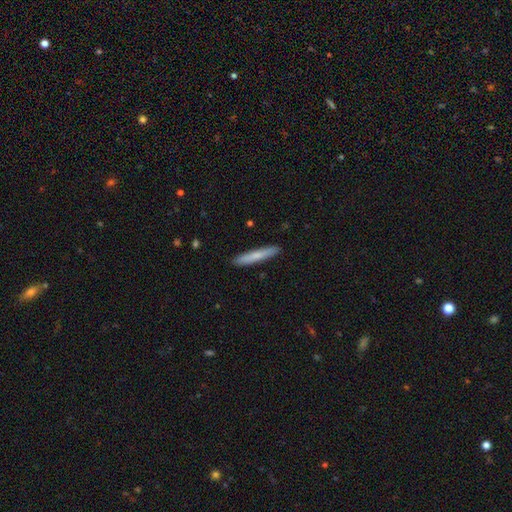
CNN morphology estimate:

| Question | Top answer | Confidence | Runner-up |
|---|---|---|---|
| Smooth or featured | smooth | 70% | featured or disk (25%) |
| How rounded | cigar-shaped | 95% | in between (4%) |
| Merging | none | 91% | minor disturbance (7%) |